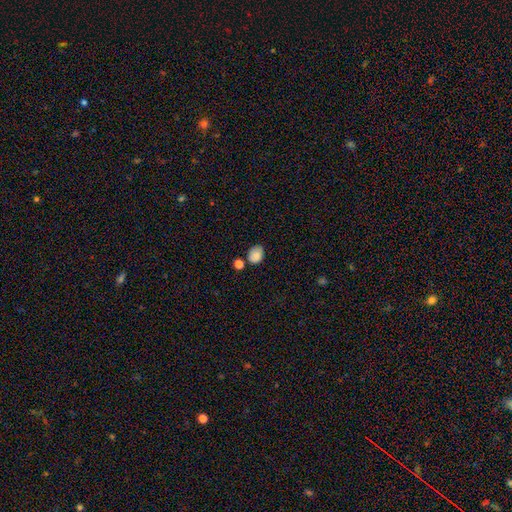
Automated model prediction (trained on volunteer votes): Smooth or featured? Predicted: smooth (p=0.84). How rounded? Predicted: in between (p=0.53). Merging? Predicted: none (p=0.65).